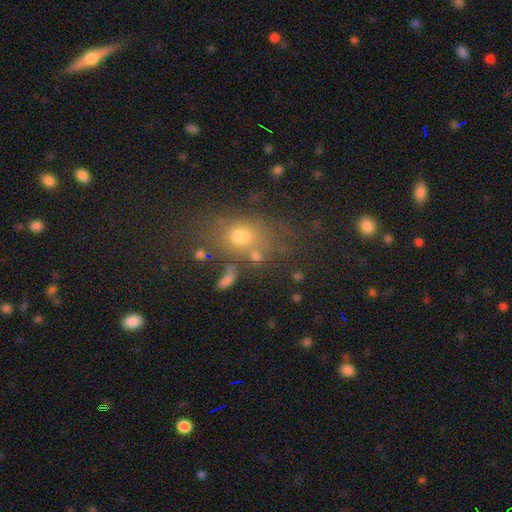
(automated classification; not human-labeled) smooth_or_featured: smooth (p=0.66) [alt: star or artifact p=0.18]
how_rounded: in between (p=0.67) [alt: round p=0.30]
merging: none (p=0.52) [alt: minor disturbance p=0.18]